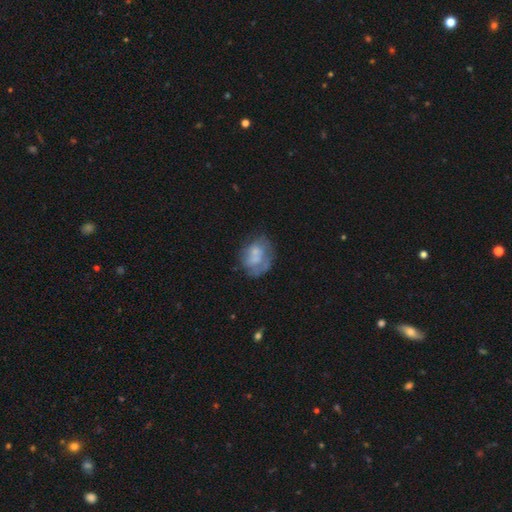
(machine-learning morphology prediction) Q: Smooth or featured?
A: smooth (47%); runner-up: featured or disk (44%)
Q: Merging?
A: none (44%); runner-up: minor disturbance (24%)